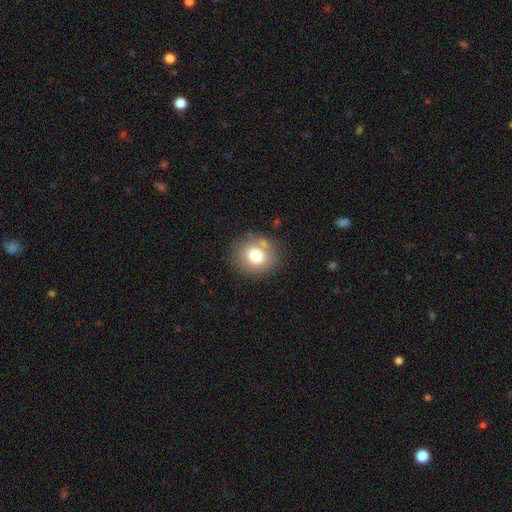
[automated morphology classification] Q: Smooth or featured?
A: smooth (75%); runner-up: featured or disk (14%)
Q: How rounded?
A: round (75%); runner-up: in between (24%)
Q: Merging?
A: none (77%); runner-up: minor disturbance (12%)